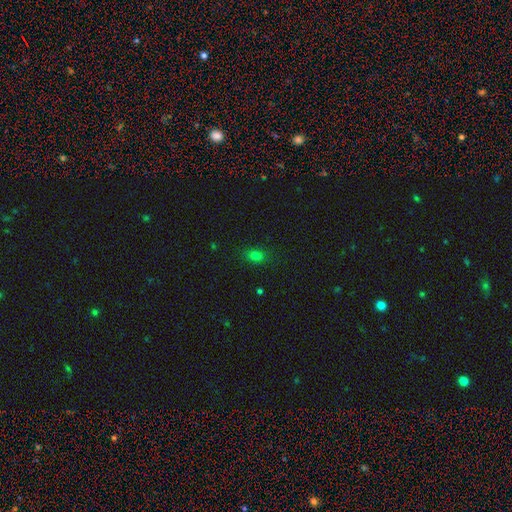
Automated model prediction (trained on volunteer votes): Overall: smooth (77%). How rounded: in between (71%). Merging: none (84%).